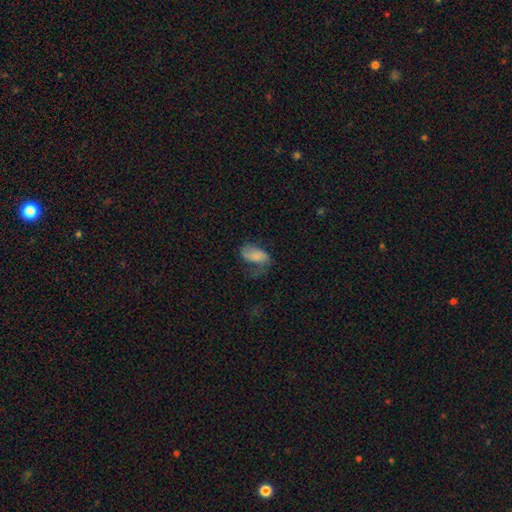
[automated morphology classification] smooth 58%, featured or disk 33%, star or artifact 10%. Down the decision tree: how rounded — in between (92%); merging — major disturbance (37%).